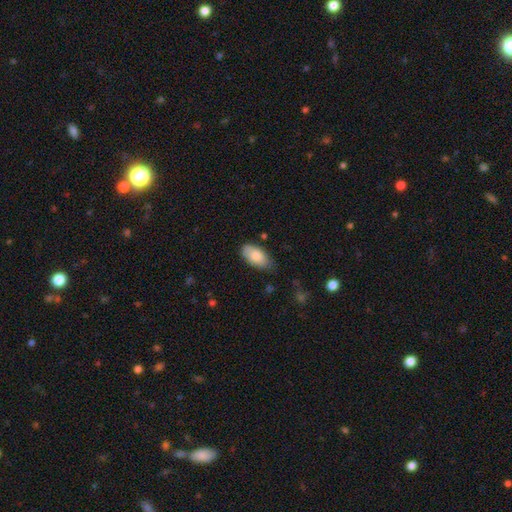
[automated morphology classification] smooth 81%, featured or disk 12%, star or artifact 6%. Down the decision tree: how rounded — in between (94%); merging — none (70%).